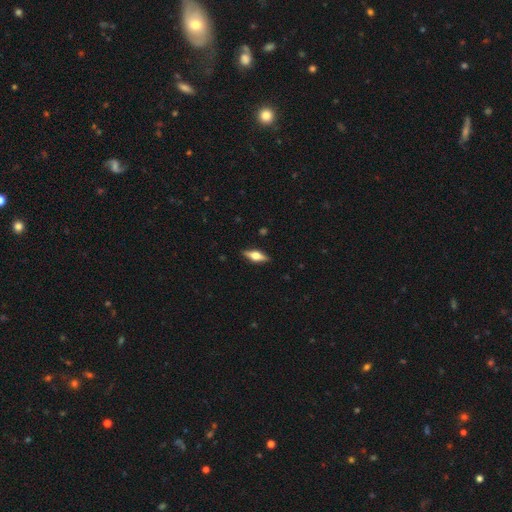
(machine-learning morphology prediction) This appears to be a featured or disk galaxy (63%) viewed edge-on (95%) with a rounded central bulge (93%). Merging: none (89%).